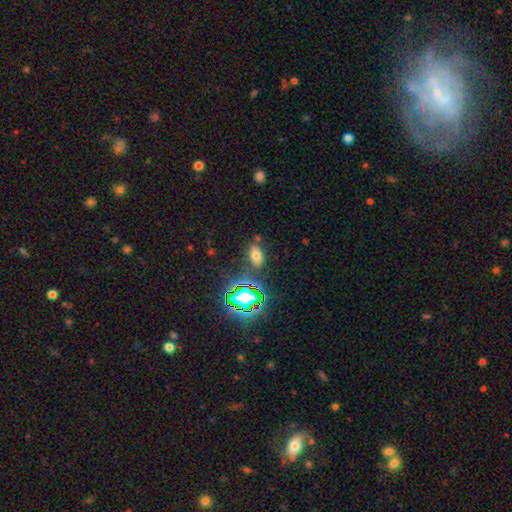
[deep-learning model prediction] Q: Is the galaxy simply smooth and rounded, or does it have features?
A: smooth — 62%.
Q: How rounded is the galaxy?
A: in between — 88%.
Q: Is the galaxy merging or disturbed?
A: none — 78%.